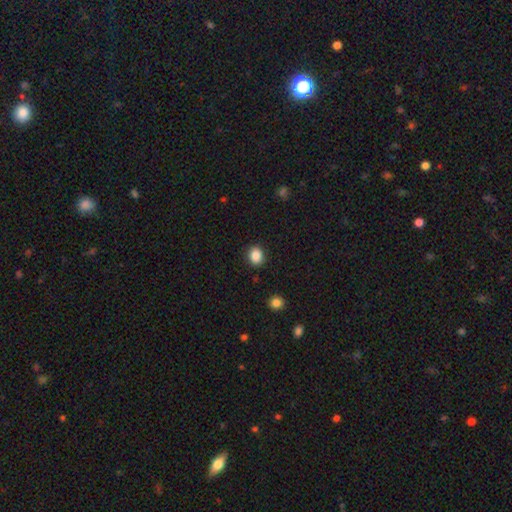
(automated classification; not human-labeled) Overall: smooth (87%). How rounded: round (65%; in between 34%). Merging: none (89%).